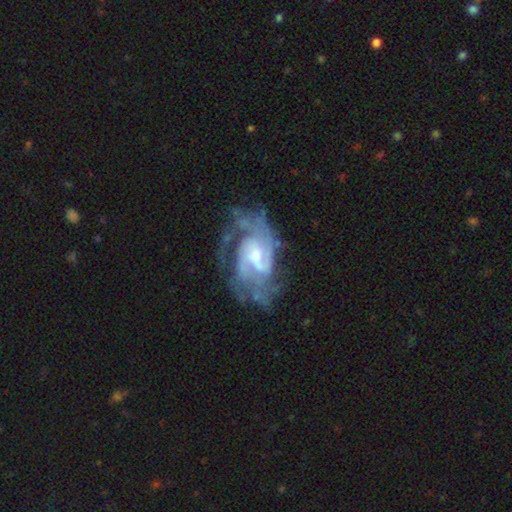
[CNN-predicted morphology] Smooth or featured: featured or disk — 88% (smooth — 7%)
Edge-on disk: no — 97% (yes — 3%)
Bar: weak — 50% (no — 36%)
Spiral arms: yes — 95% (no — 5%)
Spiral winding: medium — 47% (tight — 38%)
Spiral arm count: 2 — 39% (can't tell — 25%)
Bulge size: small — 47% (moderate — 42%)
Merging: none — 55% (minor disturbance — 21%)